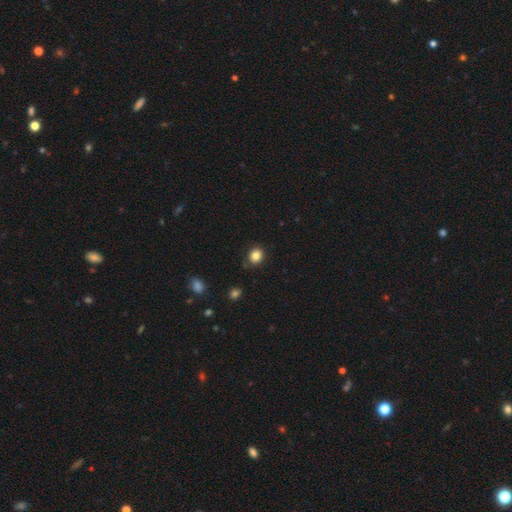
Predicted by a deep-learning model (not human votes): Q: Smooth or featured?
A: smooth (84%); runner-up: star or artifact (11%)
Q: How rounded?
A: round (72%); runner-up: in between (28%)
Q: Merging?
A: none (86%); runner-up: minor disturbance (10%)